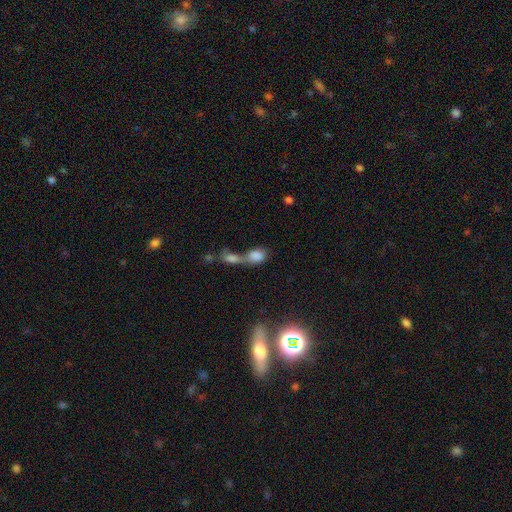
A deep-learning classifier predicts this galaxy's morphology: Smooth or featured: smooth — 78% (featured or disk — 12%)
How rounded: in between — 70% (round — 26%)
Merging: merger — 71% (none — 16%)